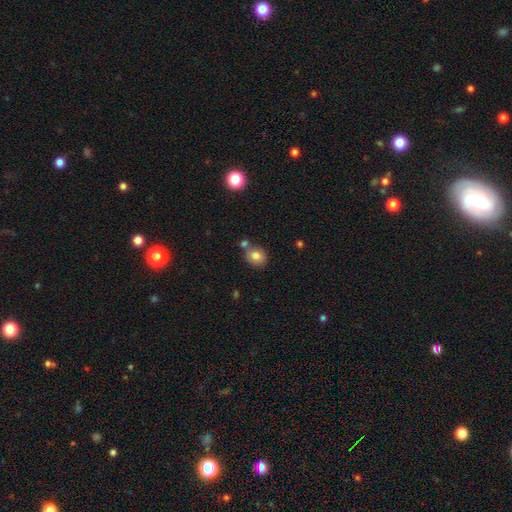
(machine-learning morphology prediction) smooth_or_featured: smooth (p=0.82) [alt: star or artifact p=0.10]
how_rounded: round (p=0.60) [alt: in between p=0.39]
merging: none (p=0.65) [alt: merger p=0.20]